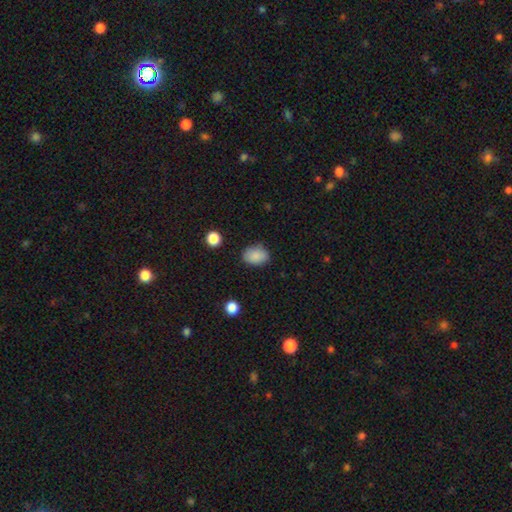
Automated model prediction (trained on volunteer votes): Overall: smooth (88%). How rounded: in between (76%). Merging: none (81%).